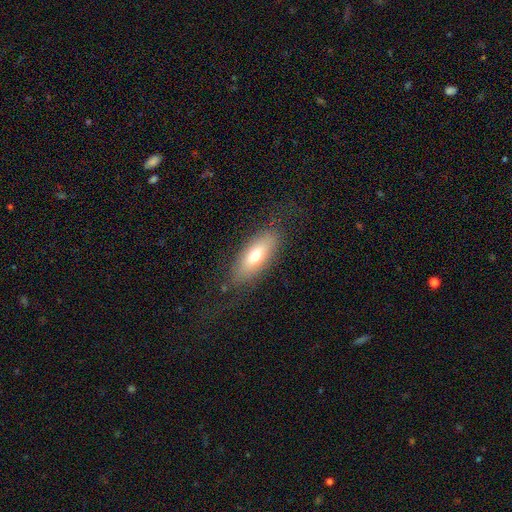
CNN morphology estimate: Overall: smooth (66%). How rounded: in between (71%). Merging: none (80%).